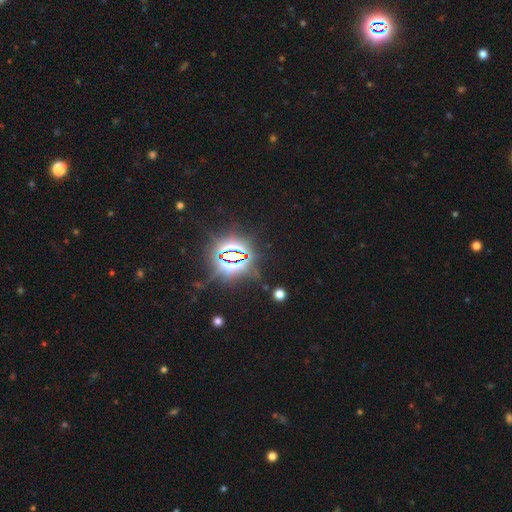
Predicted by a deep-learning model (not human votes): Morphology: type=star or artifact (86%).